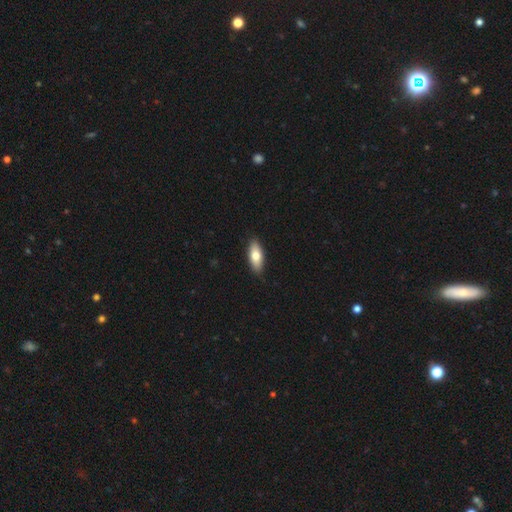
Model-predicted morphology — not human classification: Q: Smooth or featured?
A: smooth (74%); runner-up: featured or disk (20%)
Q: How rounded?
A: in between (80%); runner-up: cigar-shaped (17%)
Q: Merging?
A: none (89%); runner-up: minor disturbance (9%)